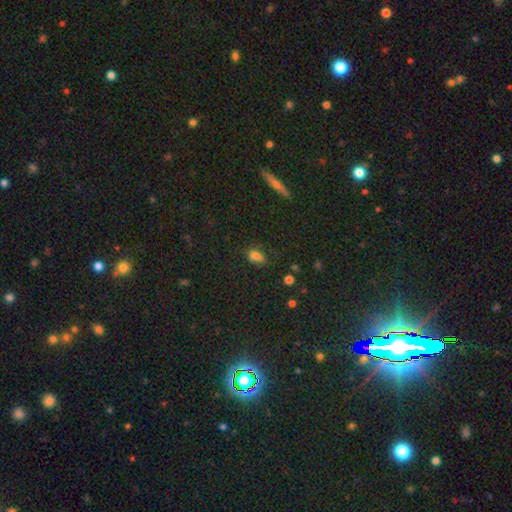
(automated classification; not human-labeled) smooth_or_featured: smooth (p=0.71) [alt: star or artifact p=0.20]
how_rounded: in between (p=0.80) [alt: round p=0.14]
merging: none (p=0.56) [alt: minor disturbance p=0.26]